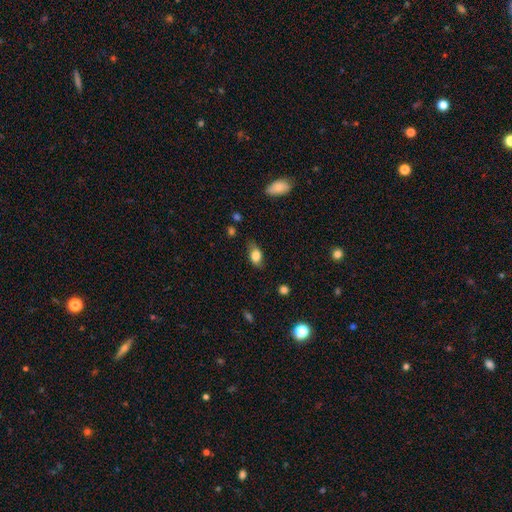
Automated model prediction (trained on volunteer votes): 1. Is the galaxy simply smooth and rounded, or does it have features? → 77% smooth, 15% featured or disk, 8% star or artifact.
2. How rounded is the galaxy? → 83% in between, 13% round, 4% cigar-shaped.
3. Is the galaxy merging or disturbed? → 70% none, 23% minor disturbance, 5% major disturbance, 1% merger.